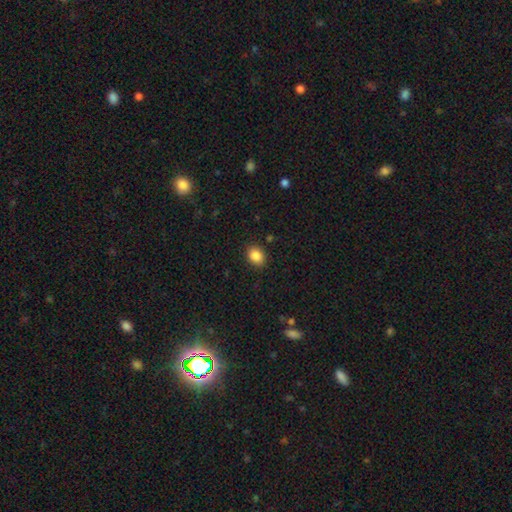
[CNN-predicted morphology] The model was most divided on "how rounded": in between: 52%, round: 47%, cigar-shaped: 1%. More confident: merging — none (88%); smooth or featured — smooth (87%).